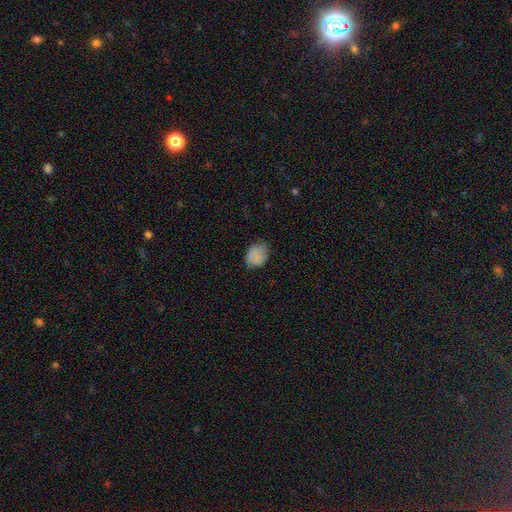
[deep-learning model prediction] This is clearly a smooth galaxy (82%). How rounded: likely in between (66%). Merging: likely none (62%).